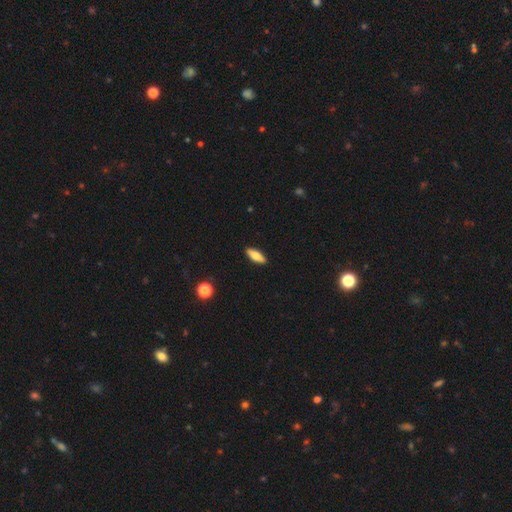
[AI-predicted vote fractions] Smooth or featured? smooth (66%)
How rounded? in between (65%)
Merging? none (91%)